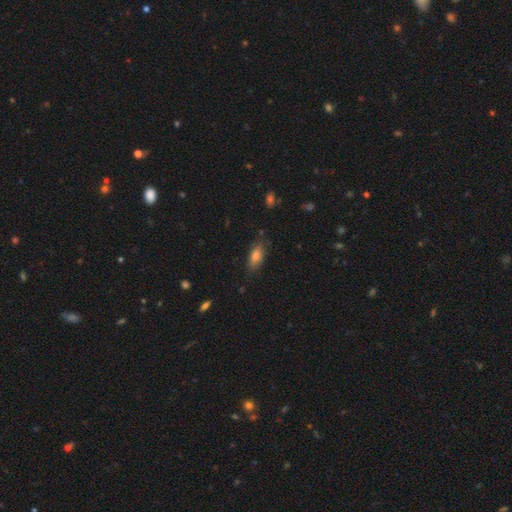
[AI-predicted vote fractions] smooth_or_featured: smooth (p=0.79) [alt: featured or disk p=0.12]
how_rounded: in between (p=0.79) [alt: cigar-shaped p=0.18]
merging: none (p=0.79) [alt: minor disturbance p=0.16]